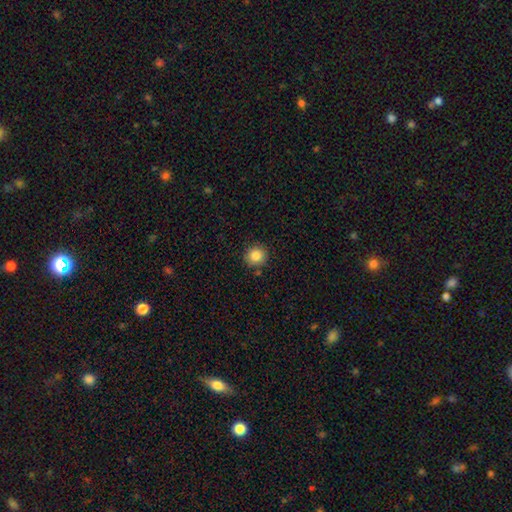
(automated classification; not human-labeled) A smooth galaxy with no disk features (85%) that is round (90%). Merging: none (87%).